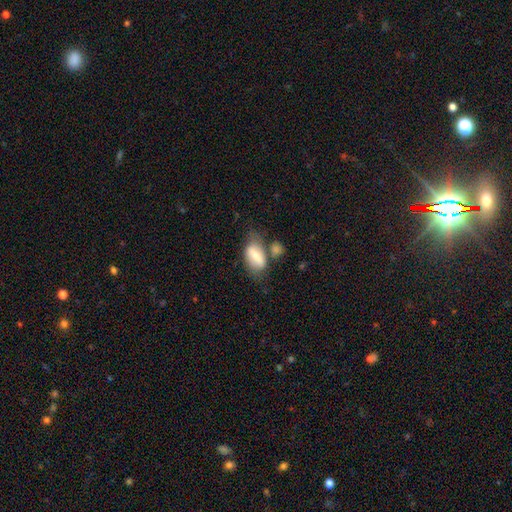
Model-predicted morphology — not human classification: A smooth galaxy with no disk features (63%) that is in between round and cigar-shaped (85%). Merging: none (45%).